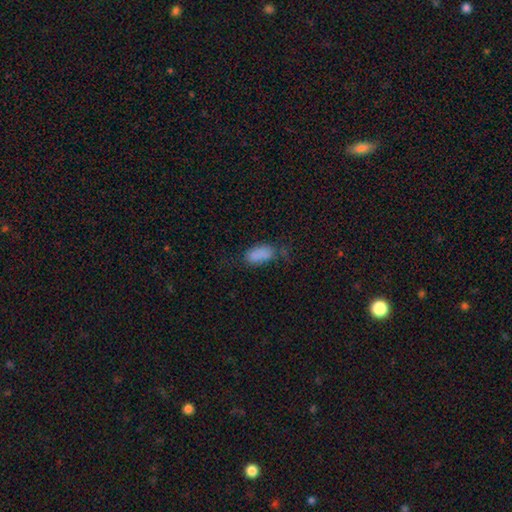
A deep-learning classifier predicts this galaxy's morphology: Smooth or featured?
  - smooth: 82% *
  - star or artifact: 11%
  - featured or disk: 7%
How rounded?
  - in between: 90% *
  - cigar-shaped: 7%
  - round: 3%
Merging?
  - none: 54% *
  - minor disturbance: 28%
  - major disturbance: 15%
  - merger: 3%